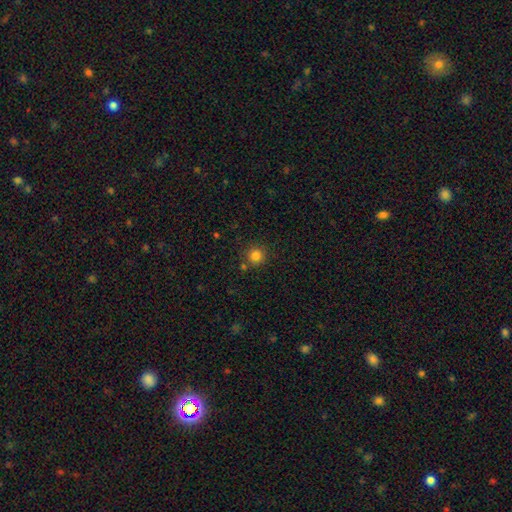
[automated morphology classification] The model was most divided on "smooth or featured": smooth: 83%, star or artifact: 13%, featured or disk: 5%. More confident: how rounded — round (94%); merging — none (81%).